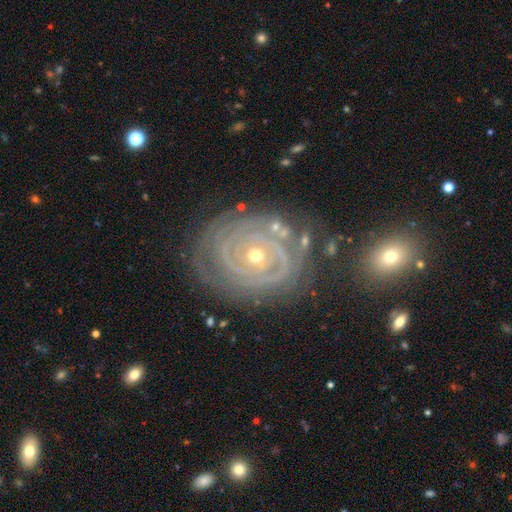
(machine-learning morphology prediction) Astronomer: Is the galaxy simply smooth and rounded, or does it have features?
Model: featured or disk — 88%.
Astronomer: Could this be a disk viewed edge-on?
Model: no — 97%.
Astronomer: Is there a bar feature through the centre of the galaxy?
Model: no — 77%.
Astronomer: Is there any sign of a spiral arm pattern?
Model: yes — 93%.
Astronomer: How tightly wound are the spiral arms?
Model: tight — 86%.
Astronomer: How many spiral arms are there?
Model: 2 — 30% (runner-up: can't tell, 27%).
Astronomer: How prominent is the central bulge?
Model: small — 59% (runner-up: moderate, 38%).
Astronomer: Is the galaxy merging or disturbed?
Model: none — 76%.